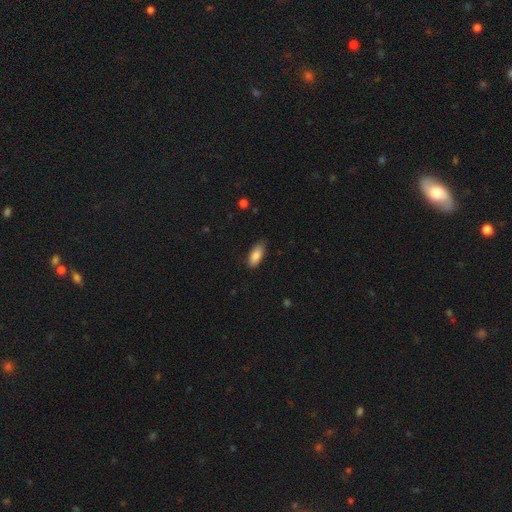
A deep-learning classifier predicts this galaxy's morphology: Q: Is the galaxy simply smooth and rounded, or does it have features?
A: smooth — 84%.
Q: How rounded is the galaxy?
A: in between — 85%.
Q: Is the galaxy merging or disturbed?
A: none — 78%.